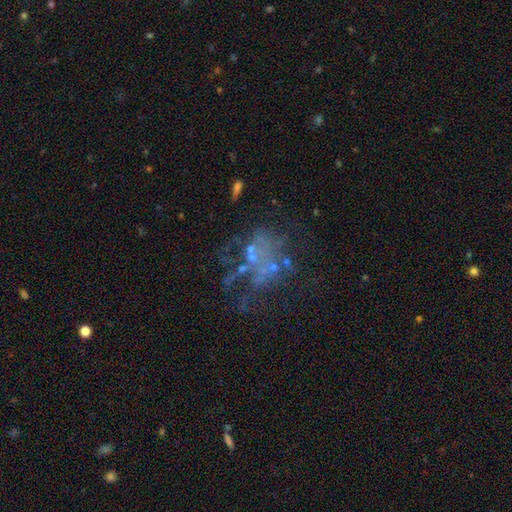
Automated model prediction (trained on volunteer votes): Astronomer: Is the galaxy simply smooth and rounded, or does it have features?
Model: featured or disk — 59%.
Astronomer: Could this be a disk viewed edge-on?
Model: no — 98%.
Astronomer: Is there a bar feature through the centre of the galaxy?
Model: no — 93%.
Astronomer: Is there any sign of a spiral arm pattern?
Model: no — 92%.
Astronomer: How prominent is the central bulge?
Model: none — 71%.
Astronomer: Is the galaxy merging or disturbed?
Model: none — 38% (runner-up: major disturbance, 32%).